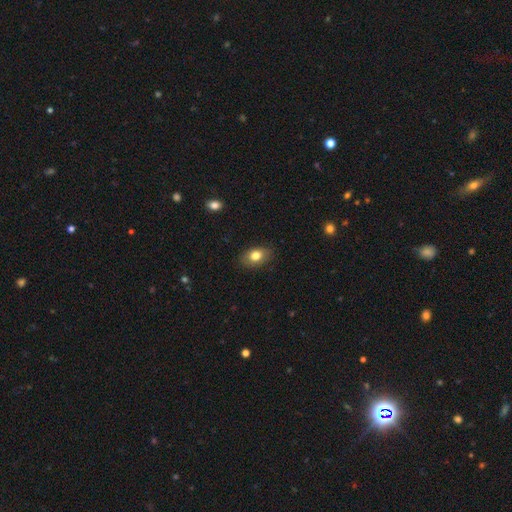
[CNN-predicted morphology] The model was most divided on "how rounded": in between: 83%, round: 16%, cigar-shaped: 2%. More confident: merging — none (84%); smooth or featured — smooth (80%).